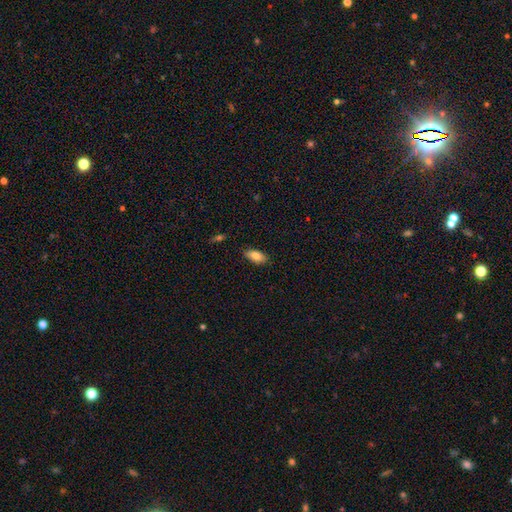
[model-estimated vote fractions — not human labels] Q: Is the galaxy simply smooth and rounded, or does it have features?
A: smooth — 82%.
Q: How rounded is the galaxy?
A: in between — 89%.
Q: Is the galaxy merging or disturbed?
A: none — 86%.